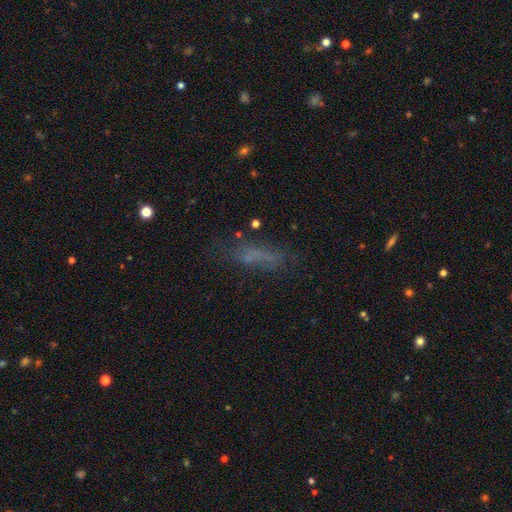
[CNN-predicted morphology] smooth 60%, featured or disk 22%, star or artifact 18%. Down the decision tree: how rounded — cigar-shaped (56%); merging — none (57%).